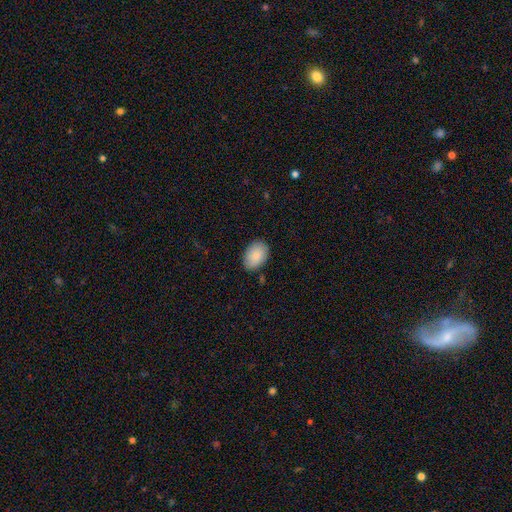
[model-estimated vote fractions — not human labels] Smooth or featured: smooth — 86% (featured or disk — 8%)
How rounded: in between — 83% (round — 16%)
Merging: none — 82% (minor disturbance — 14%)